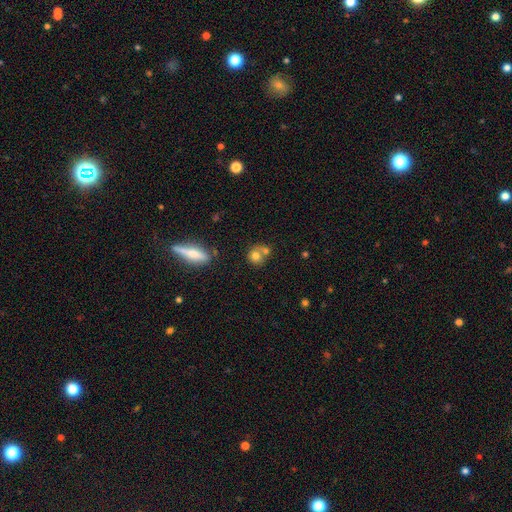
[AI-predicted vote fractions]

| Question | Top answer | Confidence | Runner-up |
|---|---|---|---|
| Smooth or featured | smooth | 73% | featured or disk (16%) |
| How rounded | round | 80% | in between (18%) |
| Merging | none | 46% | merger (39%) |